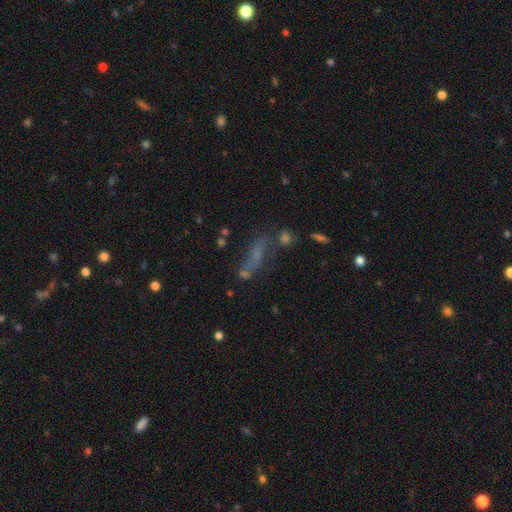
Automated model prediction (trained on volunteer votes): Q: Smooth or featured?
A: smooth (45%); runner-up: featured or disk (32%)
Q: Merging?
A: none (46%); runner-up: minor disturbance (19%)